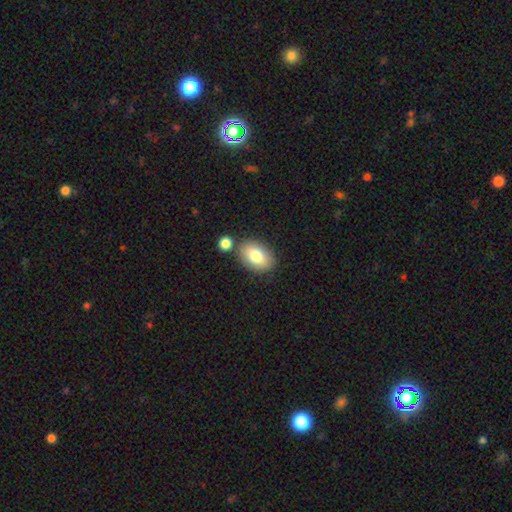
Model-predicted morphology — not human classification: Smooth or featured? Predicted: smooth (p=0.80). How rounded? Predicted: in between (p=0.86). Merging? Predicted: none (p=0.76).